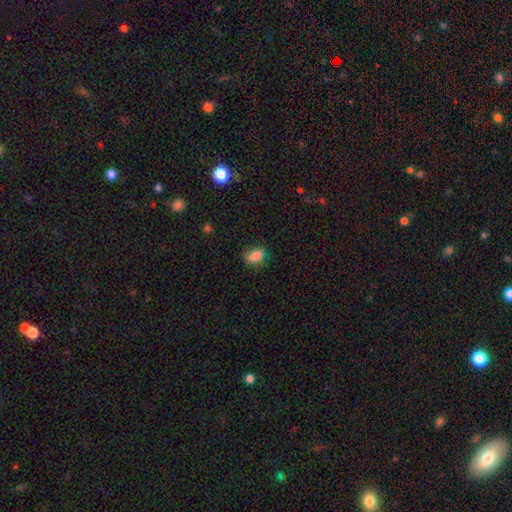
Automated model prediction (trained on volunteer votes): Morphology: type=smooth (83%); roundness=in between (72%); merging=none (65%).